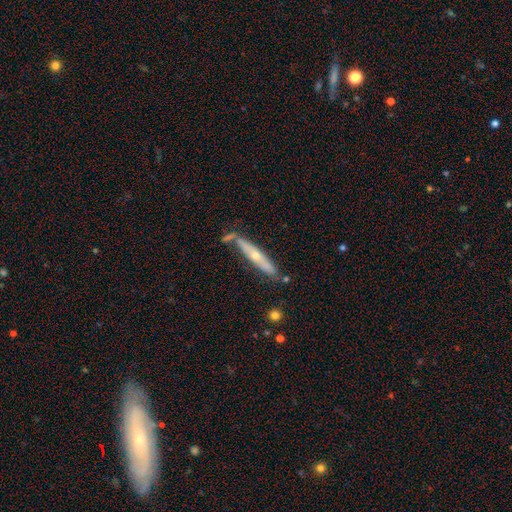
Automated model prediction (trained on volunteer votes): A featured or disk galaxy (59%) viewed edge-on (80%). Merging: none (65%).